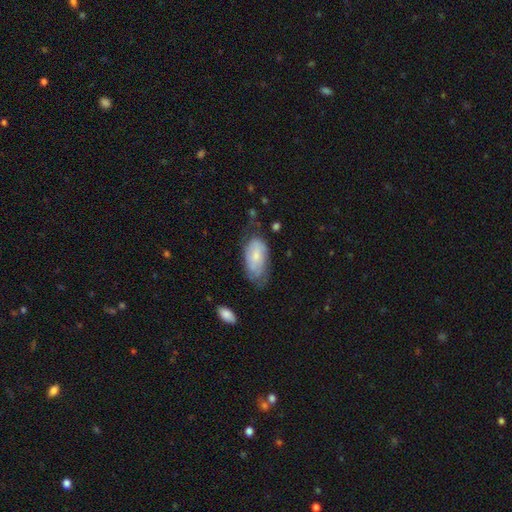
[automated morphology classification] Smooth or featured?
  - smooth: 62% *
  - featured or disk: 31%
  - star or artifact: 7%
How rounded?
  - in between: 93% *
  - cigar-shaped: 4%
  - round: 3%
Merging?
  - none: 46% *
  - minor disturbance: 34%
  - major disturbance: 17%
  - merger: 2%